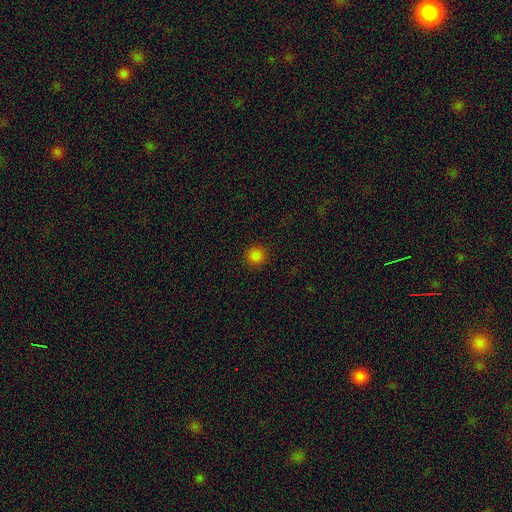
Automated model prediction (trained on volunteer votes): smooth_or_featured: smooth (p=0.84) [alt: star or artifact p=0.13]
how_rounded: round (p=0.93) [alt: in between p=0.06]
merging: none (p=0.92) [alt: minor disturbance p=0.05]